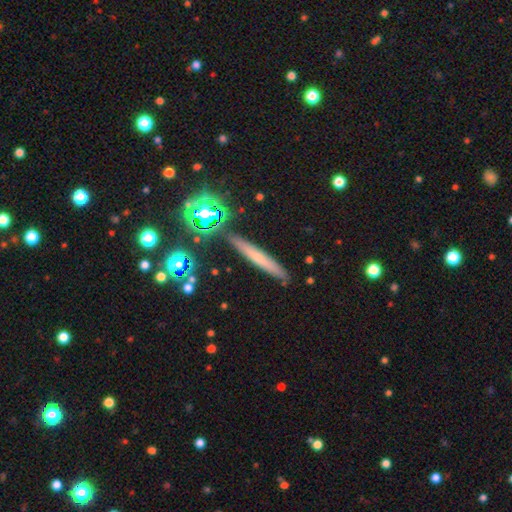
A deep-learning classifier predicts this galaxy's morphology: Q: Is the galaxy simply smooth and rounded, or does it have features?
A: smooth — 51%.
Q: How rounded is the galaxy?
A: cigar-shaped — 92%.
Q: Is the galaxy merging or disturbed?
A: none — 88%.